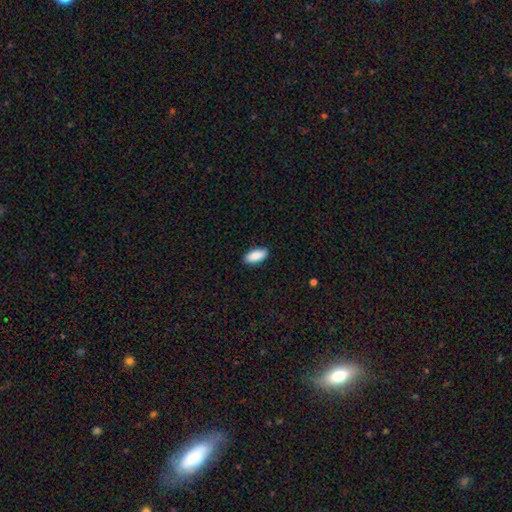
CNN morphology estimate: This is clearly a smooth galaxy (90%). How rounded: clearly in between (88%). Merging: clearly none (89%).